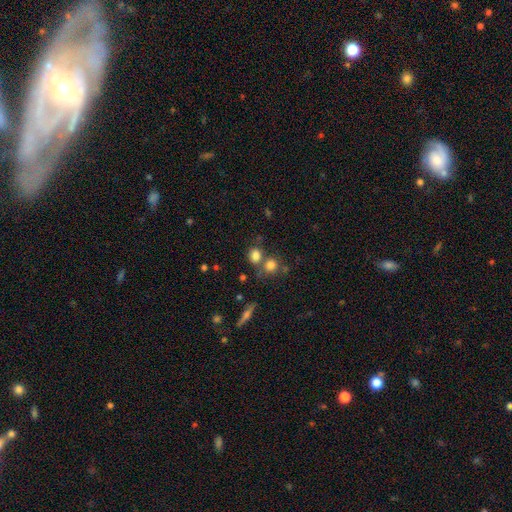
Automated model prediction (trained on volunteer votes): The model was most divided on "merging": none: 56%, merger: 30%, minor disturbance: 10%, major disturbance: 4%. More confident: smooth or featured — smooth (79%); how rounded — round (70%).